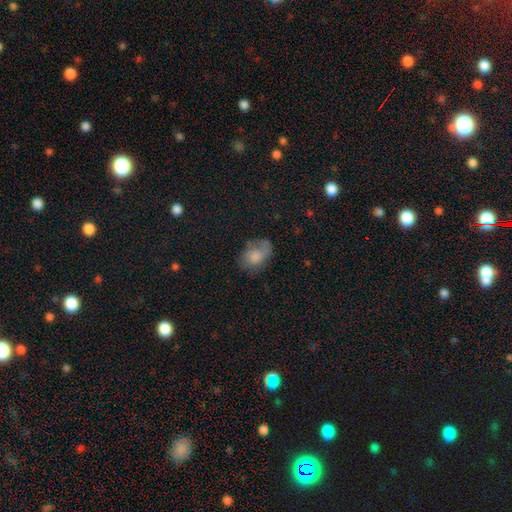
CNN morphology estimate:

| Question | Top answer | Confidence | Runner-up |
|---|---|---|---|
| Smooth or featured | smooth | 65% | featured or disk (26%) |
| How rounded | in between | 79% | round (20%) |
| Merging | none | 51% | minor disturbance (29%) |